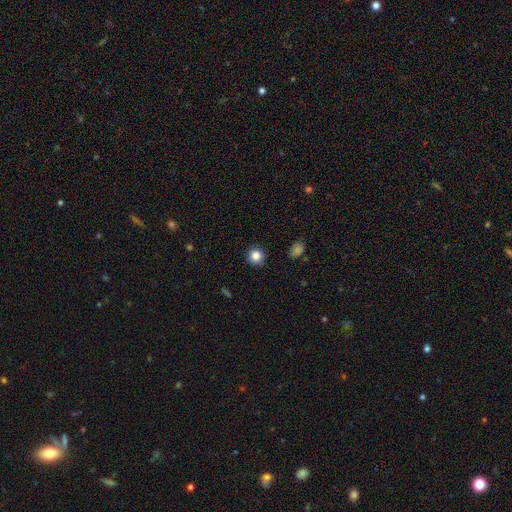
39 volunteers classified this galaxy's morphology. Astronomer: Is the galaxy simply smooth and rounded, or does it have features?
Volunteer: smooth — 92%.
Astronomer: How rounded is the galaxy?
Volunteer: round — 97%.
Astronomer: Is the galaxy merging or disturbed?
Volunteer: none — 94%.